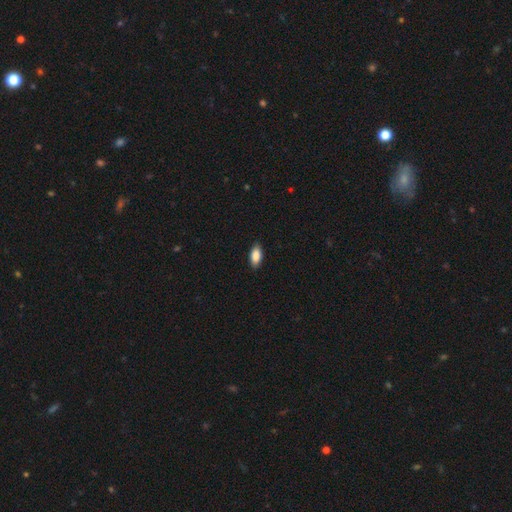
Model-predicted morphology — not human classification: type=smooth (87%); roundness=in between (89%); merging=none (87%).